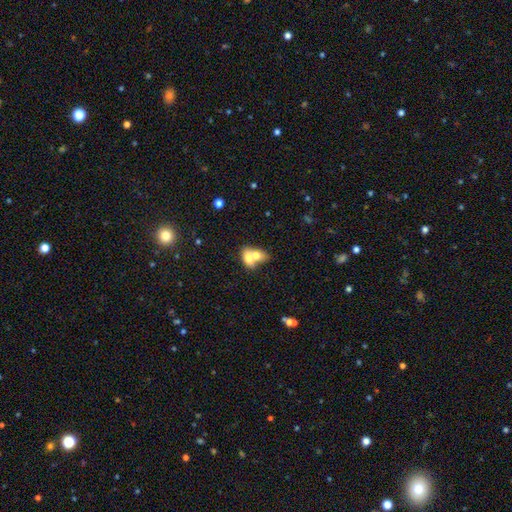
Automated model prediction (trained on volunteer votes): smooth_or_featured: smooth (p=0.70) [alt: featured or disk p=0.23]
how_rounded: in between (p=0.76) [alt: round p=0.22]
merging: merger (p=0.76) [alt: none p=0.15]